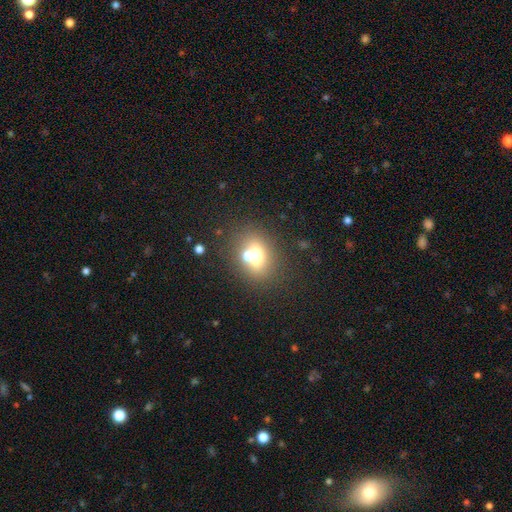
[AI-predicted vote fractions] Smooth or featured? Predicted: smooth (p=0.62). How rounded? Predicted: round (p=0.55). Merging? Predicted: none (p=0.53).